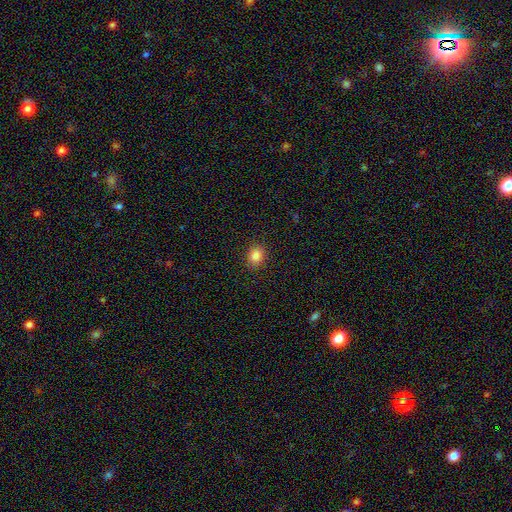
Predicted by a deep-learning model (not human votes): This appears to be a smooth galaxy with no disk features (85%) that is round (58%). Merging: none (90%).